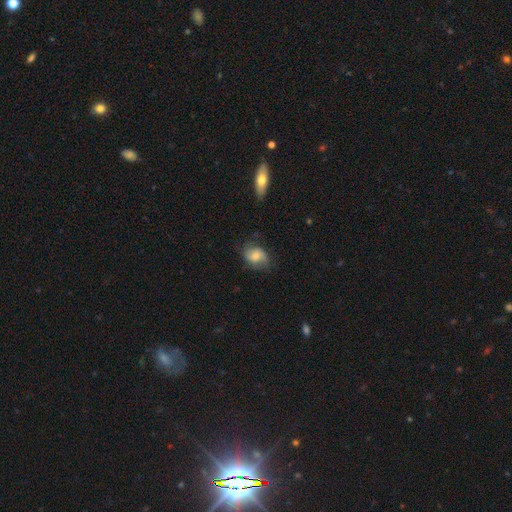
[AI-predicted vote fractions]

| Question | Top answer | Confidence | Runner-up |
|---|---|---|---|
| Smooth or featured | smooth | 53% | featured or disk (39%) |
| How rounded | in between | 63% | round (36%) |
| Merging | none | 65% | minor disturbance (25%) |